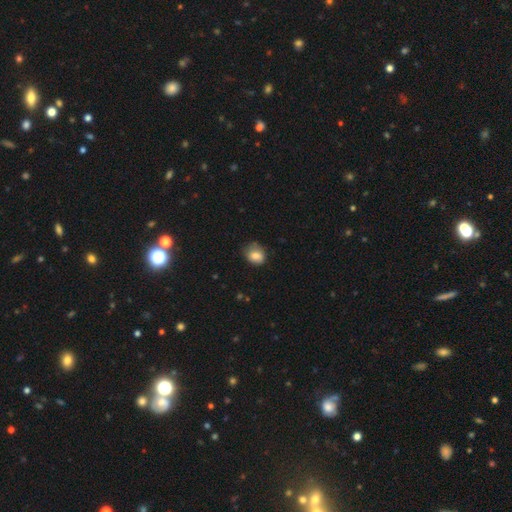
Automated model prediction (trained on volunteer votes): This appears to be a smooth galaxy with no disk features (80%) that is round (56%). Merging: none (62%).